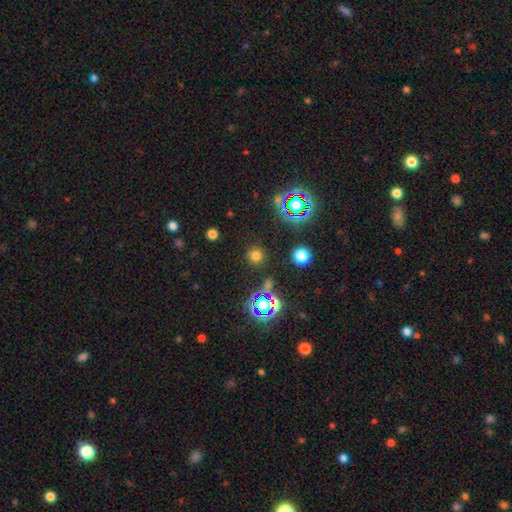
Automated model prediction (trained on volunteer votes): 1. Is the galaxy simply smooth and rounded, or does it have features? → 67% smooth, 27% star or artifact, 6% featured or disk.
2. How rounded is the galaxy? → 93% round, 6% in between, 1% cigar-shaped.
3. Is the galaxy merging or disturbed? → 87% none, 7% minor disturbance, 3% major disturbance, 3% merger.